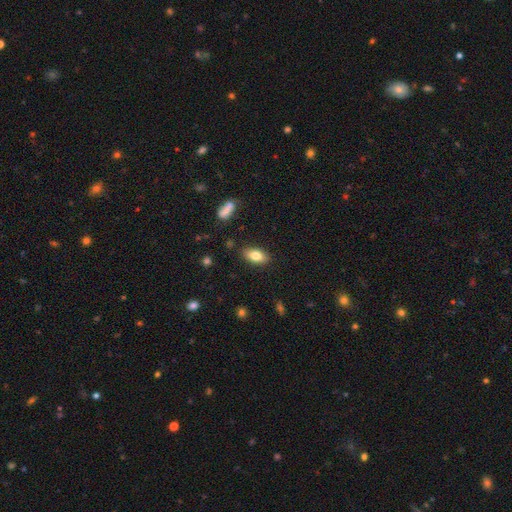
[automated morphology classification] Q: Smooth or featured?
A: smooth (79%); runner-up: featured or disk (13%)
Q: How rounded?
A: in between (88%); runner-up: cigar-shaped (8%)
Q: Merging?
A: none (85%); runner-up: minor disturbance (10%)